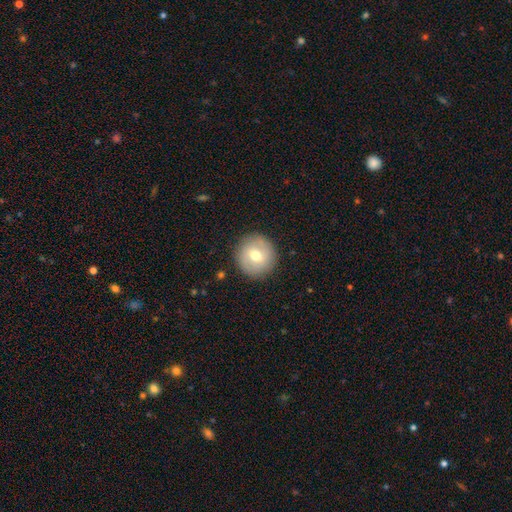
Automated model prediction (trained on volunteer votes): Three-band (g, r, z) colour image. It shows a smooth galaxy with no disk features (62%) that is round (94%). Merging: none (89%).